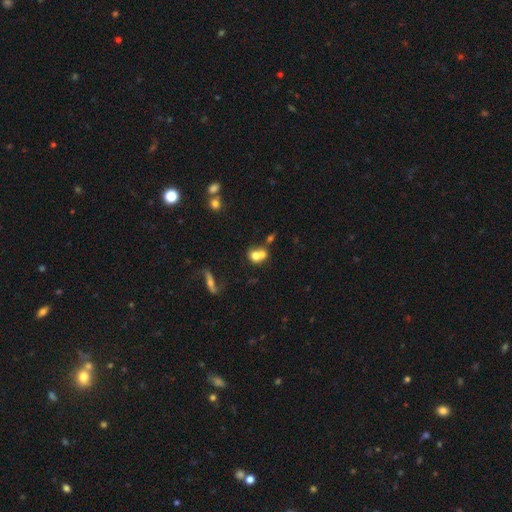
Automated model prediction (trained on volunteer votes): Smooth or featured? Predicted: smooth (p=0.67). How rounded? Predicted: round (p=0.63). Merging? Predicted: merger (p=0.61).